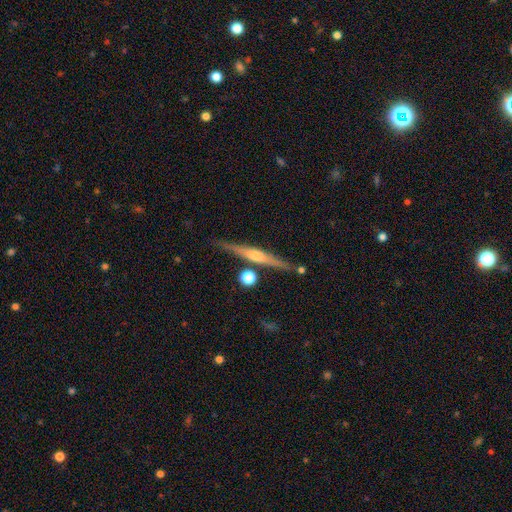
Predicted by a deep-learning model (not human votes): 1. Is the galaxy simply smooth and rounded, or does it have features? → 72% featured or disk, 21% smooth, 7% star or artifact.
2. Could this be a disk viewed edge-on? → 97% yes, 3% no.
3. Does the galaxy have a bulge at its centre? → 78% rounded, 13% none, 9% boxy.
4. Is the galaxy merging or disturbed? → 84% none, 9% minor disturbance, 5% merger, 2% major disturbance.